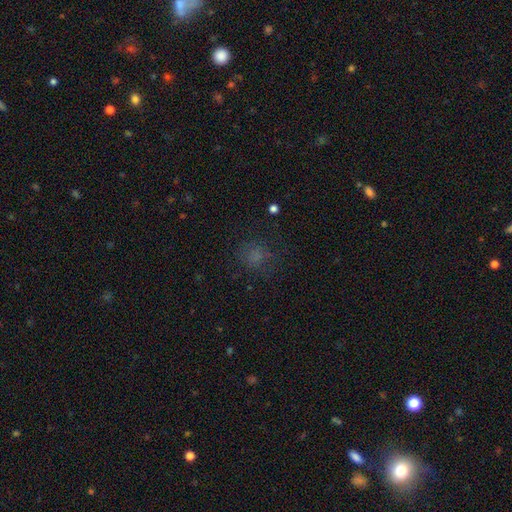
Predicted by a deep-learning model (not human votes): This is likely a smooth galaxy (65%). How rounded: likely round (78%). Merging: likely none (71%).